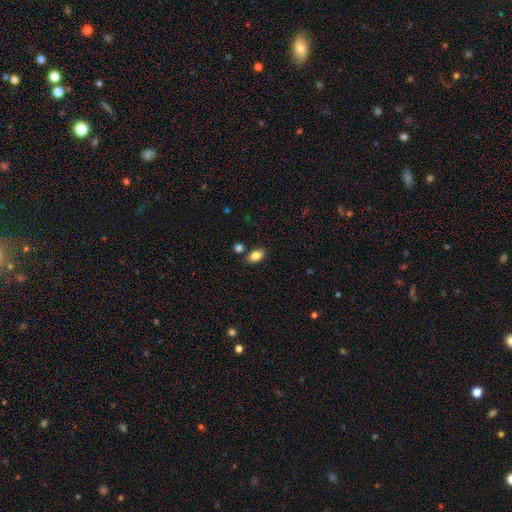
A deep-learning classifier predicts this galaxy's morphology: smooth_or_featured: smooth (p=0.84) [alt: star or artifact p=0.08]
how_rounded: in between (p=0.90) [alt: round p=0.08]
merging: none (p=0.80) [alt: minor disturbance p=0.11]